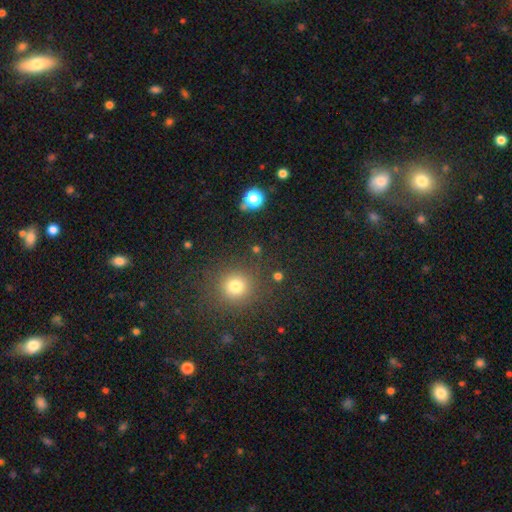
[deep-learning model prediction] Smooth or featured: smooth — 66% (star or artifact — 27%)
How rounded: round — 92% (in between — 7%)
Merging: none — 89% (minor disturbance — 6%)